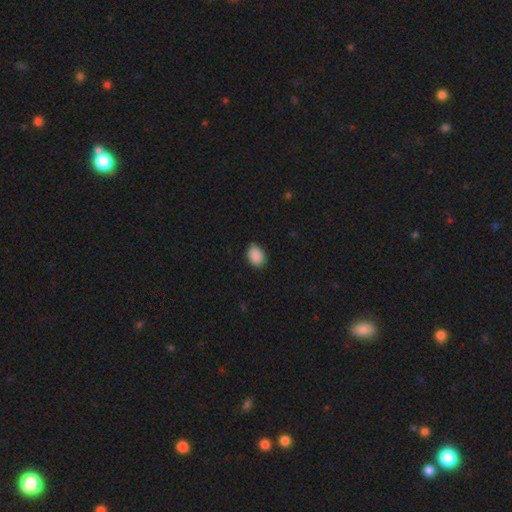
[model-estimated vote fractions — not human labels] A smooth galaxy with no disk features (90%) that is in between round and cigar-shaped (78%).

Vote fractions:
- Smooth or featured? smooth: 90% / star or artifact: 8% / featured or disk: 3%
- How rounded? in between: 78% / round: 21% / cigar-shaped: 1%
- Merging? none: 84% / minor disturbance: 13% / major disturbance: 2% / merger: 1%